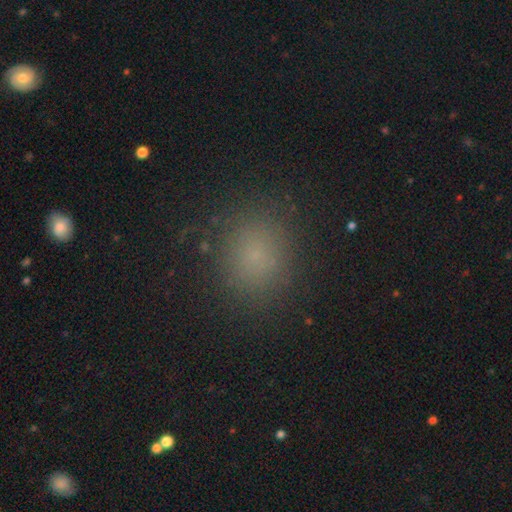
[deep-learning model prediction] Overall: smooth (73%). How rounded: round (75%). Merging: none (86%).